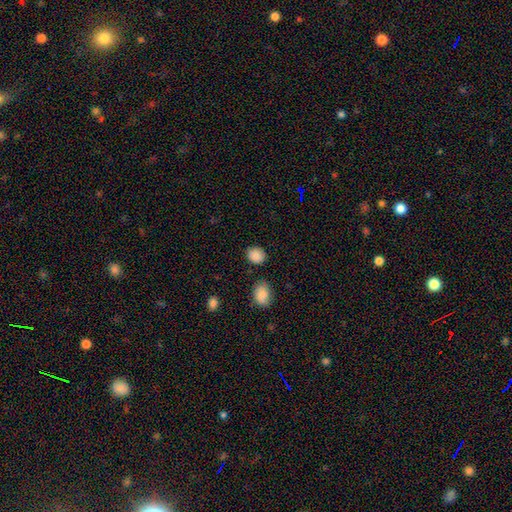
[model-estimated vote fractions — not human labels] smooth 88%, star or artifact 9%, featured or disk 3%. Down the decision tree: how rounded — round (70%); merging — none (83%).